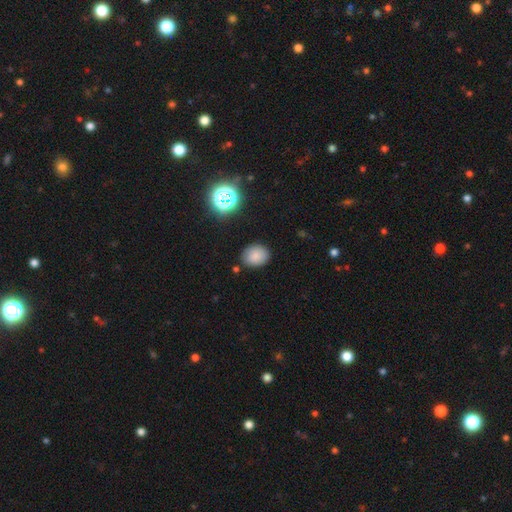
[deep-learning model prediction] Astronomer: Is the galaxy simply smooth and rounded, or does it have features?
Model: smooth — 81%.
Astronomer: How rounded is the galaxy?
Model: in between — 57% (runner-up: round, 42%).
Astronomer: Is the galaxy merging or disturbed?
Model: none — 84%.